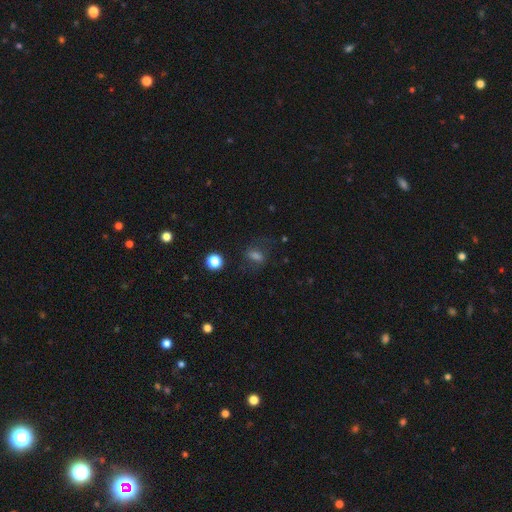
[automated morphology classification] type=smooth (56%); roundness=in between (64%); merging=none (67%).